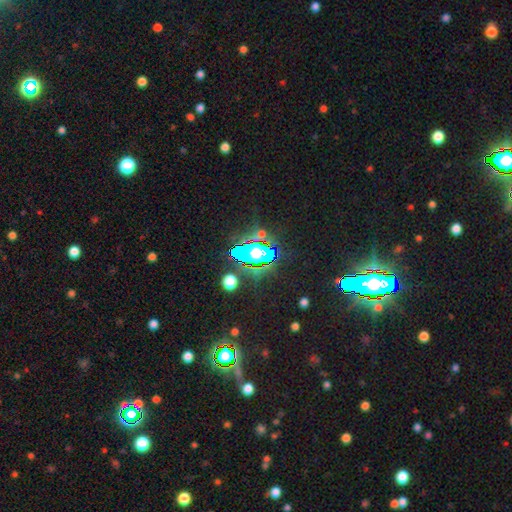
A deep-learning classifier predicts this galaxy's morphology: A star or artifact, not a galaxy (78%).

Vote fractions:
- Smooth or featured? star or artifact: 78% / smooth: 12% / featured or disk: 10%